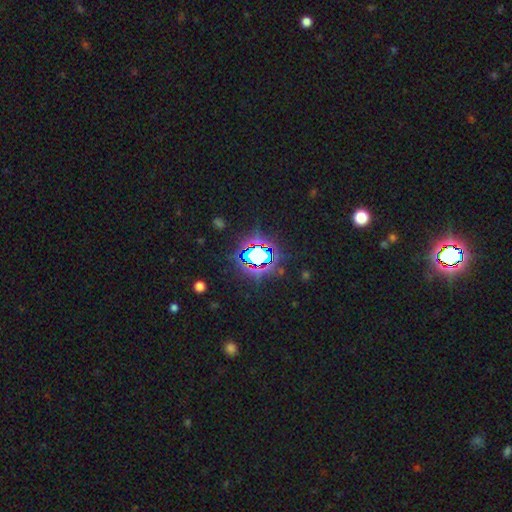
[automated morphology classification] Smooth or featured? star or artifact (74%)